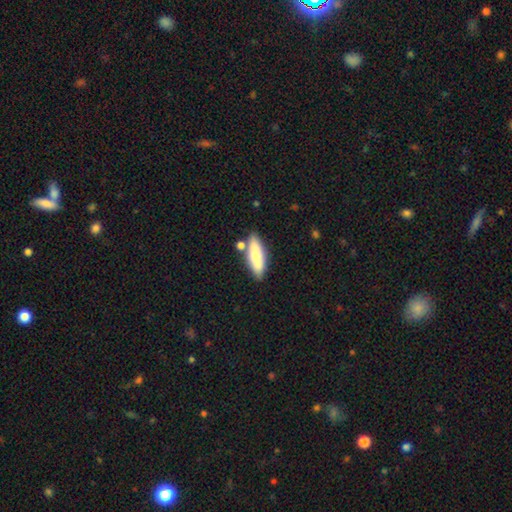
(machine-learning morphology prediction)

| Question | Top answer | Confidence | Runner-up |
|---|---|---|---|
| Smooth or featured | smooth | 68% | featured or disk (26%) |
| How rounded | in between | 49% | cigar-shaped (48%) |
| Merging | none | 74% | minor disturbance (13%) |